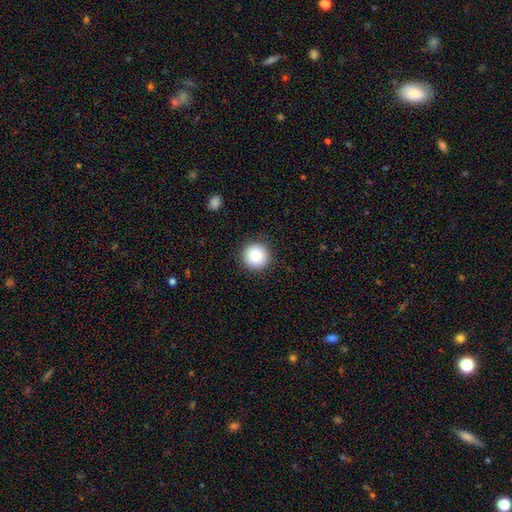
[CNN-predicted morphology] Smooth or featured? smooth (86%)
How rounded? round (96%)
Merging? none (91%)